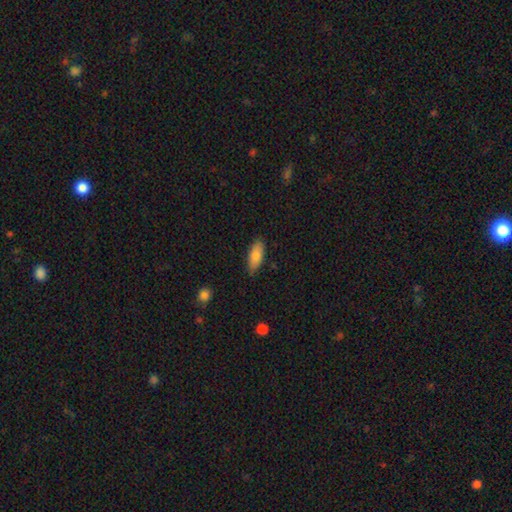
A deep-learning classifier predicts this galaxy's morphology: Smooth or featured? smooth (82%)
How rounded? in between (77%)
Merging? none (82%)